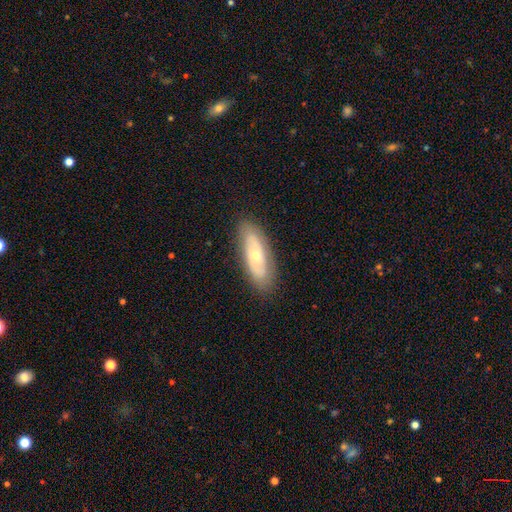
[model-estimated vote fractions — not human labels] featured or disk 53%, smooth 40%, star or artifact 6%. Down the decision tree: edge-on disk — no (80%); merging — none (84%).